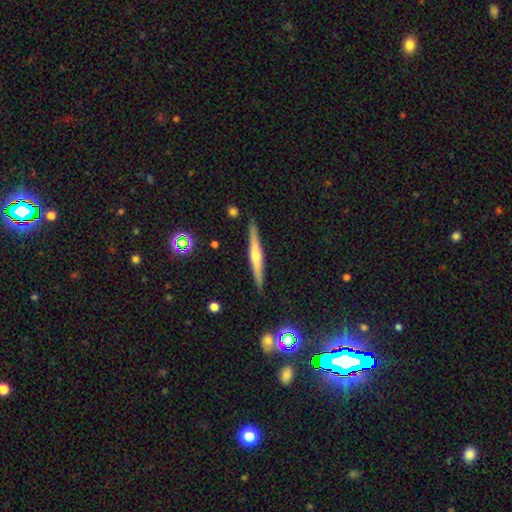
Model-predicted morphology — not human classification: Smooth or featured?
  - featured or disk: 68% *
  - smooth: 25%
  - star or artifact: 7%
Edge-on disk?
  - yes: 98% *
  - no: 2%
Edge-on bulge?
  - rounded: 86% *
  - none: 9%
  - boxy: 5%
Merging?
  - none: 90% *
  - minor disturbance: 7%
  - major disturbance: 1%
  - merger: 1%